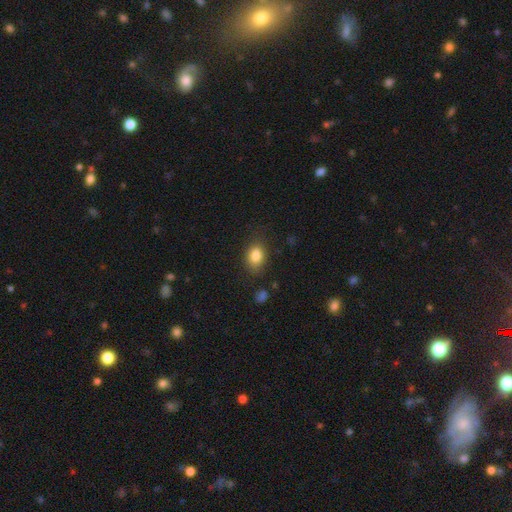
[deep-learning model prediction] A smooth galaxy with no disk features (83%) that is in between round and cigar-shaped (72%).

Vote fractions:
- Smooth or featured? smooth: 83% / star or artifact: 9% / featured or disk: 7%
- How rounded? in between: 72% / round: 26% / cigar-shaped: 1%
- Merging? none: 77% / minor disturbance: 16% / major disturbance: 5% / merger: 2%